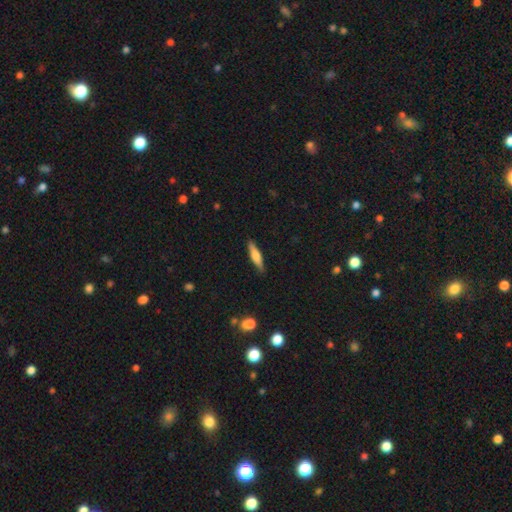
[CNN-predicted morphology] Smooth or featured? Predicted: smooth (p=0.55). How rounded? Predicted: cigar-shaped (p=0.81). Merging? Predicted: none (p=0.88).